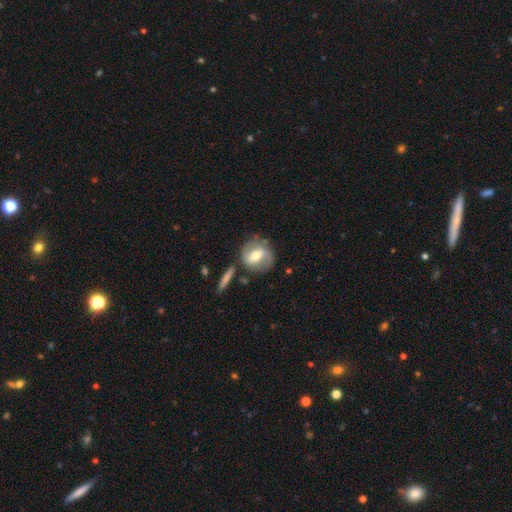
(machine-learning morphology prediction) Smooth or featured? Predicted: featured or disk (p=0.59). Edge-on disk? Predicted: no (p=0.92). Bar? Predicted: weak (p=0.43). Spiral arms? Predicted: yes (p=0.70). Bulge size? Predicted: moderate (p=0.70). Merging? Predicted: none (p=0.71).